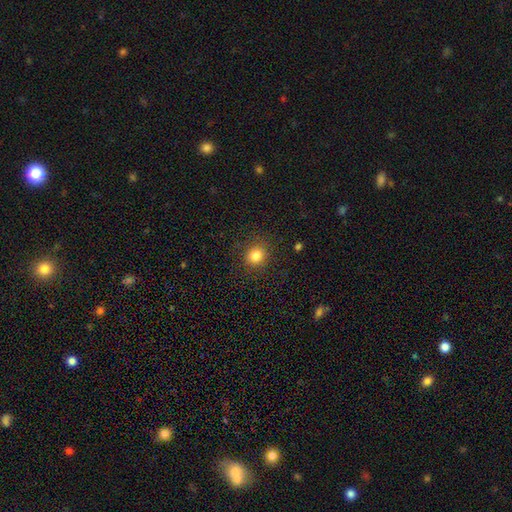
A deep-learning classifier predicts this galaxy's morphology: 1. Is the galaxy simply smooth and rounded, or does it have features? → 82% smooth, 12% star or artifact, 6% featured or disk.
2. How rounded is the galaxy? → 81% round, 18% in between, 1% cigar-shaped.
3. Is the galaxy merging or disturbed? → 89% none, 8% minor disturbance, 3% major disturbance, 1% merger.